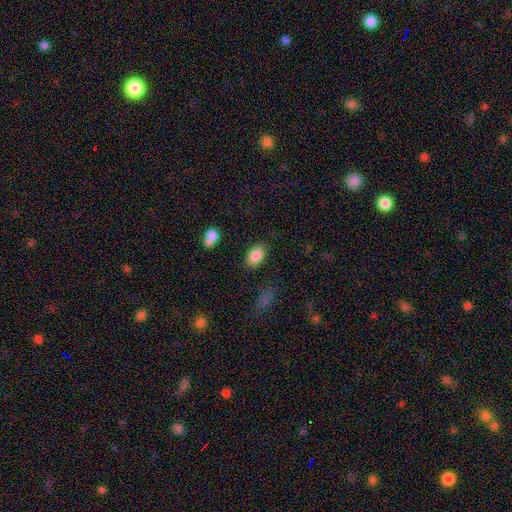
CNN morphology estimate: This appears to be a smooth galaxy with no disk features (86%) that is in between round and cigar-shaped (88%). Merging: none (82%).